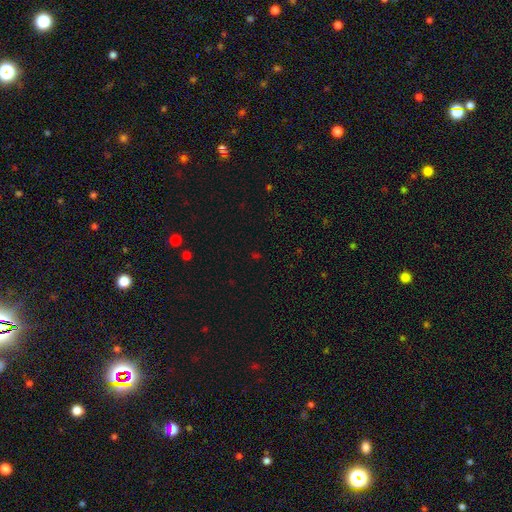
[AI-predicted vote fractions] This is likely a star or artifact rather than a galaxy (61%).